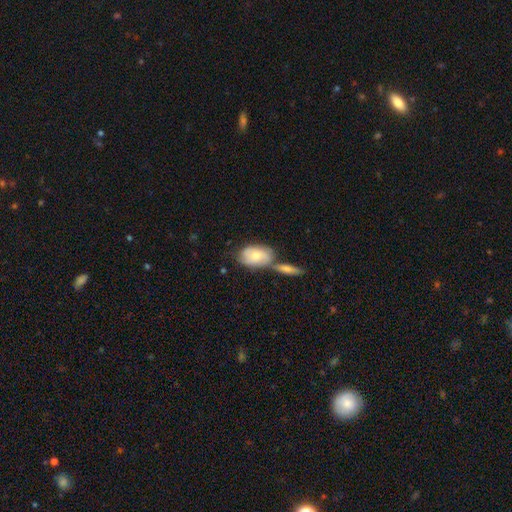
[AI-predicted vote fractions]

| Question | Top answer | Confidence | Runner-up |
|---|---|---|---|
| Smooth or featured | smooth | 61% | featured or disk (34%) |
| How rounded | in between | 88% | round (9%) |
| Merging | merger | 40% | none (38%) |